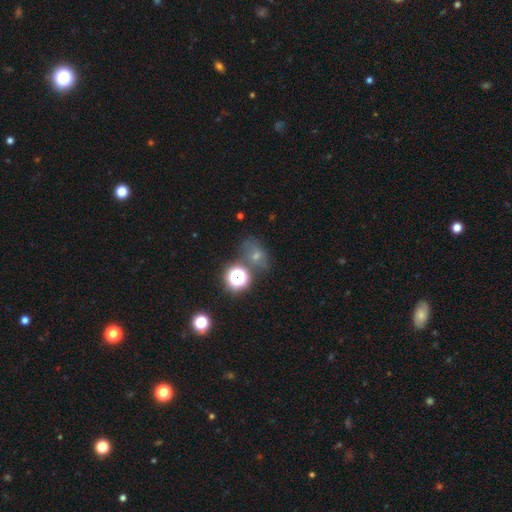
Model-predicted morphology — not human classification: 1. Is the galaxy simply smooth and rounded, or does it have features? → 55% smooth, 27% star or artifact, 18% featured or disk.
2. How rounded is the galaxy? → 60% in between, 38% round, 2% cigar-shaped.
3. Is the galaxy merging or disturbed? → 56% none, 20% minor disturbance, 12% major disturbance, 11% merger.